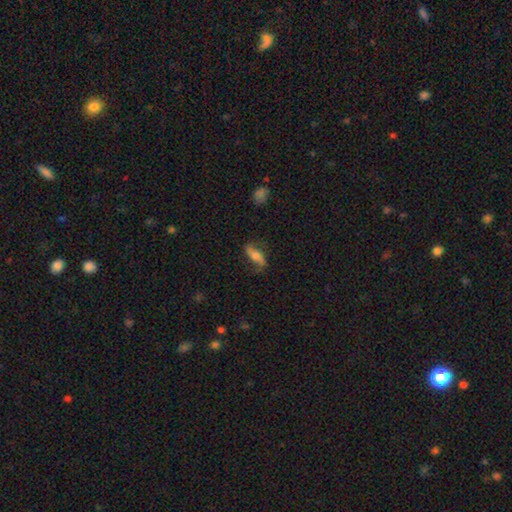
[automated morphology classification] Overall: featured or disk (55%; smooth 38%). Edge-on disk: no (74%). Merging: none (71%).